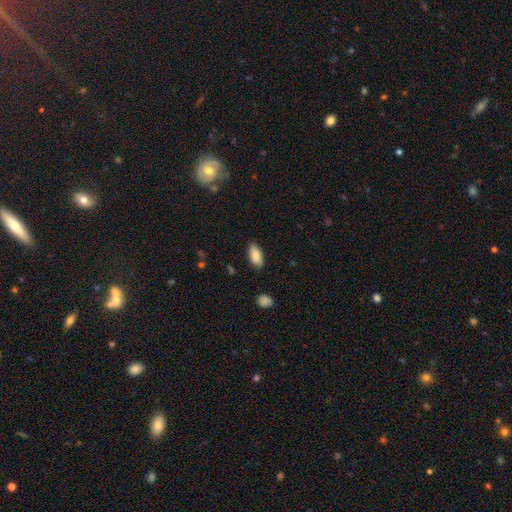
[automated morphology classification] Smooth or featured? smooth (87%)
How rounded? in between (90%)
Merging? none (84%)